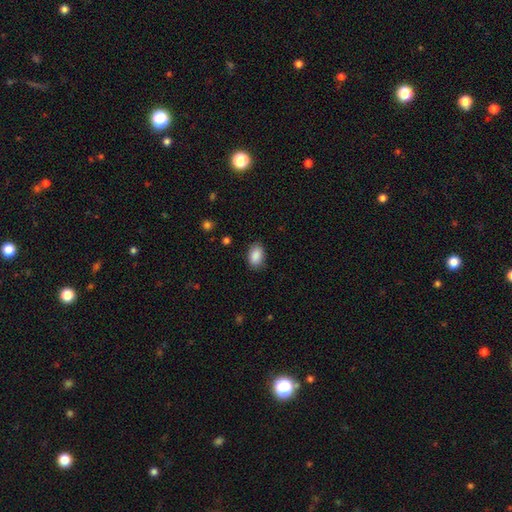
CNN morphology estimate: smooth-or-featured: smooth: 89% | star or artifact: 7% | featured or disk: 4%
  how-rounded: in between: 90% | round: 9% | cigar-shaped: 1%
  merging: none: 85% | minor disturbance: 11% | major disturbance: 3% | merger: 1%